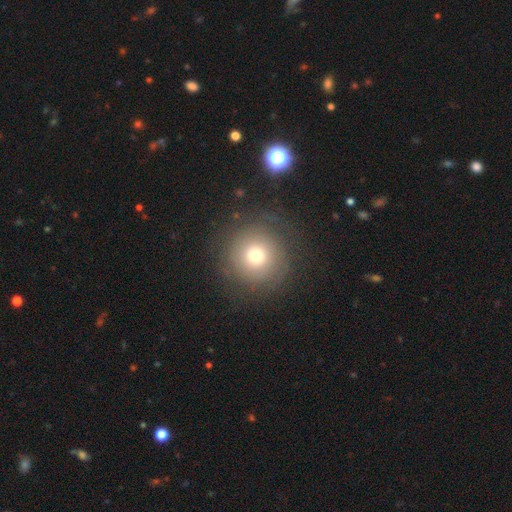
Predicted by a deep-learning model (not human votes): Smooth or featured? smooth (68%)
How rounded? round (95%)
Merging? none (81%)